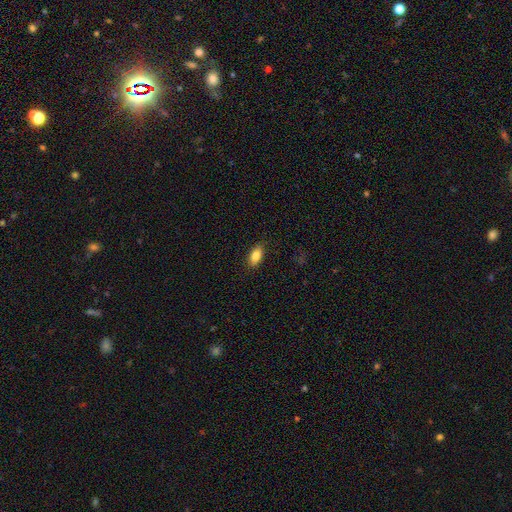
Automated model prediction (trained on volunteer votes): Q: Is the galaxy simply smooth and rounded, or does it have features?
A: smooth — 84%.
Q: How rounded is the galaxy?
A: in between — 88%.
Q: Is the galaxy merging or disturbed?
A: none — 87%.